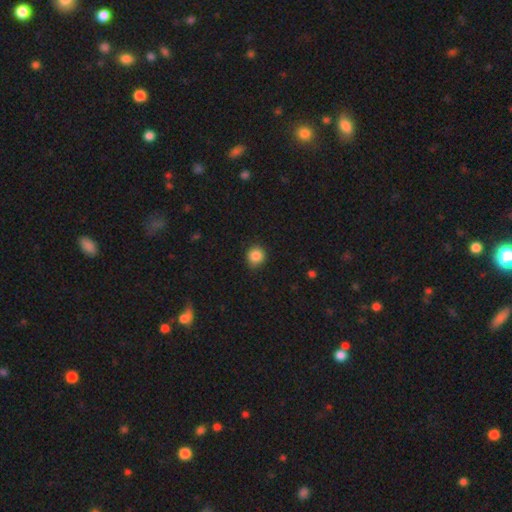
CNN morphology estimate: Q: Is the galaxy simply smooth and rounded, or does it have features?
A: smooth — 87%.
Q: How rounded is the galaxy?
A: round — 89%.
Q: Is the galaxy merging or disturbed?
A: none — 85%.